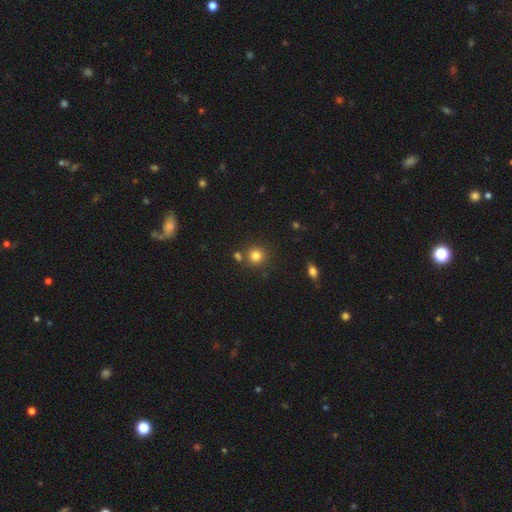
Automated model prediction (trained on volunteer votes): smooth_or_featured: smooth (p=0.81) [alt: star or artifact p=0.13]
how_rounded: round (p=0.90) [alt: in between p=0.09]
merging: none (p=0.77) [alt: merger p=0.11]